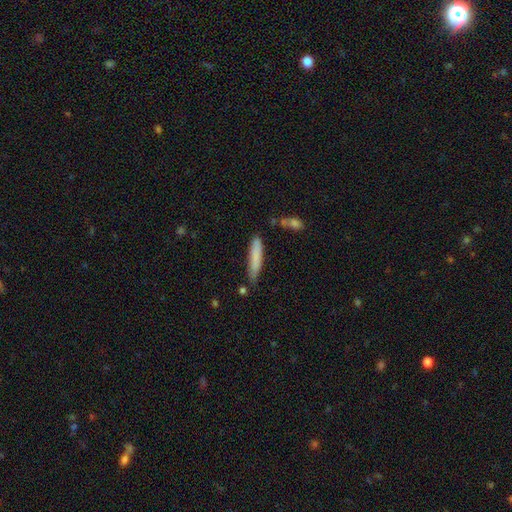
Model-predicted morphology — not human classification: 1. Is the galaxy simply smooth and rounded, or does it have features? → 79% smooth, 15% featured or disk, 6% star or artifact.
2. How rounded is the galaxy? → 89% cigar-shaped, 10% in between, 1% round.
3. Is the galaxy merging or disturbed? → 73% none, 19% minor disturbance, 4% merger, 4% major disturbance.